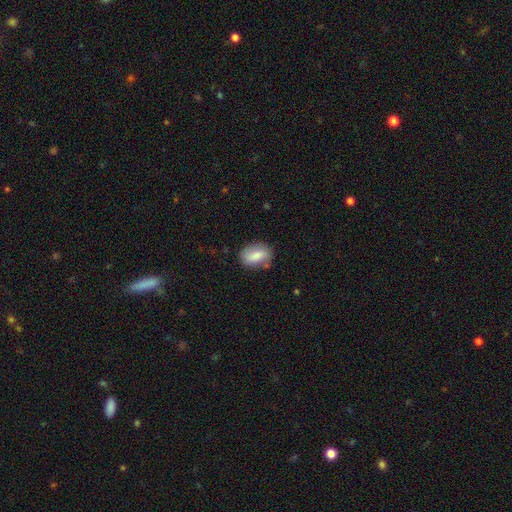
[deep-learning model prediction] smooth 76%, featured or disk 17%, star or artifact 7%. Down the decision tree: how rounded — in between (80%); merging — none (74%).